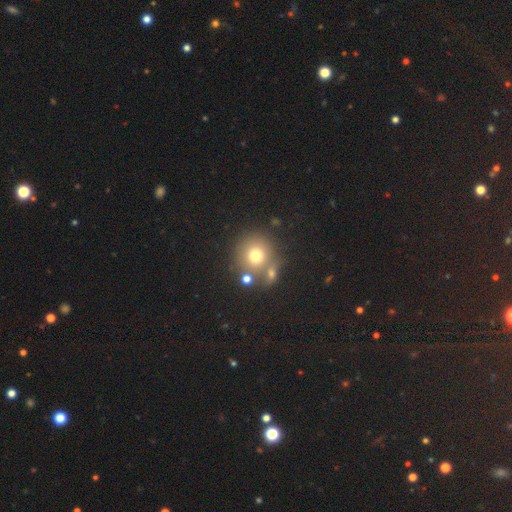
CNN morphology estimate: type=smooth (71%); roundness=round (90%); merging=none (64%).